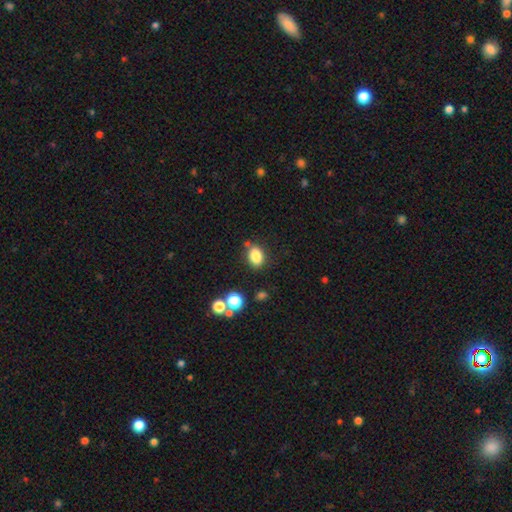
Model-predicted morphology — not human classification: Overall: smooth (83%). How rounded: in between (74%). Merging: none (76%).